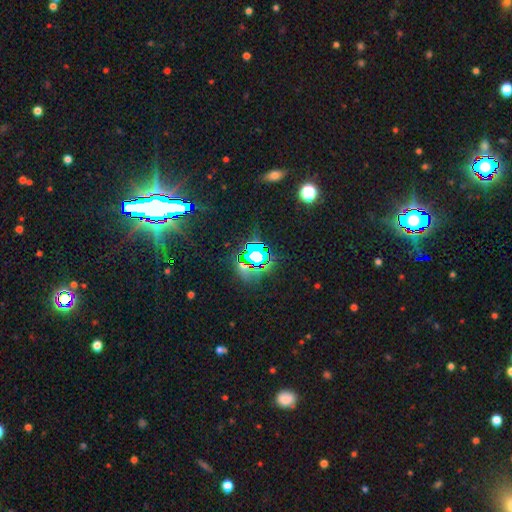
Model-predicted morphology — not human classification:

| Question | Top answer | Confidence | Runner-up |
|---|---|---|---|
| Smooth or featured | star or artifact | 81% | smooth (10%) |